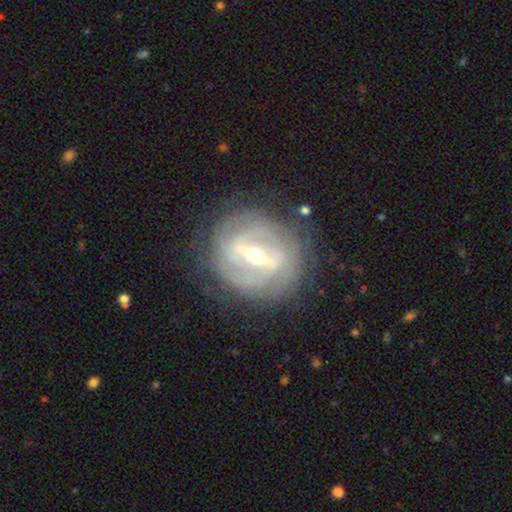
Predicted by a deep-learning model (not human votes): This appears to be a featured or disk galaxy (86%) with a strong bar (69%), tight (65%) spiral arms (81%) and a moderate central bulge (59%). Merging: none (80%).